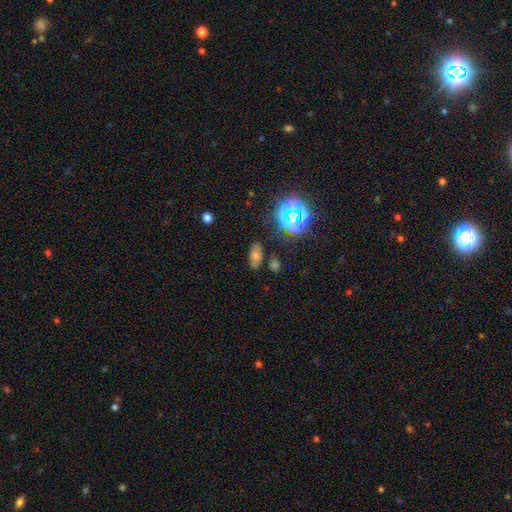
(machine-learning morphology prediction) Q: Smooth or featured?
A: smooth (48%); runner-up: star or artifact (35%)
Q: Merging?
A: none (78%); runner-up: minor disturbance (13%)